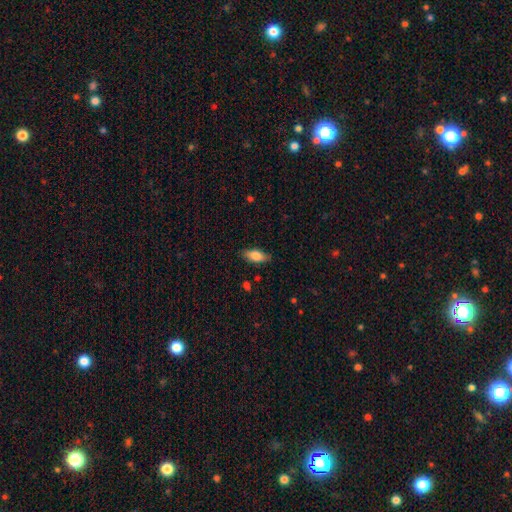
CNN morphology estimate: A smooth galaxy with no disk features (79%) that is in between round and cigar-shaped (79%). Merging: none (82%).